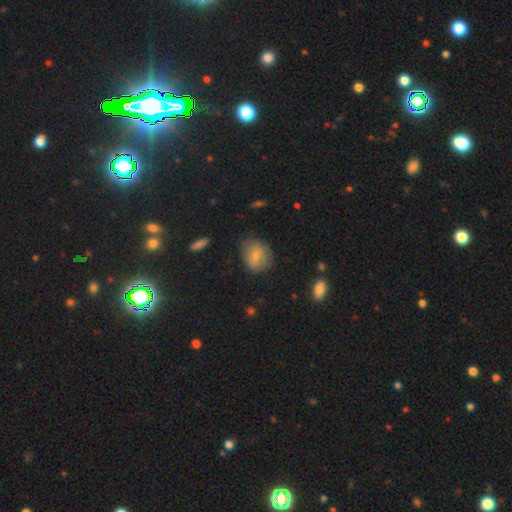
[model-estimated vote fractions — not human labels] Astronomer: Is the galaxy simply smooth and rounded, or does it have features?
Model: smooth — 62%.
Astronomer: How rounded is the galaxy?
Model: round — 53% (runner-up: in between, 45%).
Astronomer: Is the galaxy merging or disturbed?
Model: none — 72%.